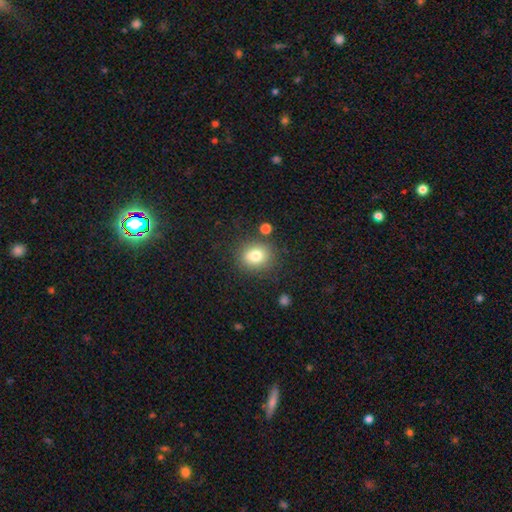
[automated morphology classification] Smooth or featured? smooth (78%)
How rounded? round (71%)
Merging? none (80%)